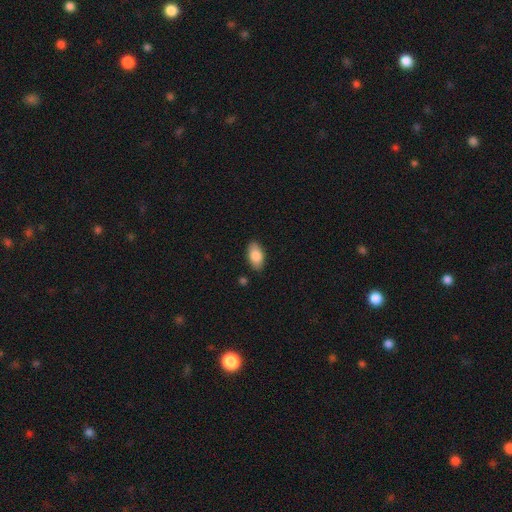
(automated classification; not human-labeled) smooth-or-featured: smooth: 84% | featured or disk: 10% | star or artifact: 6%
  how-rounded: in between: 94% | round: 4% | cigar-shaped: 3%
  merging: none: 86% | minor disturbance: 11% | major disturbance: 2% | merger: 2%